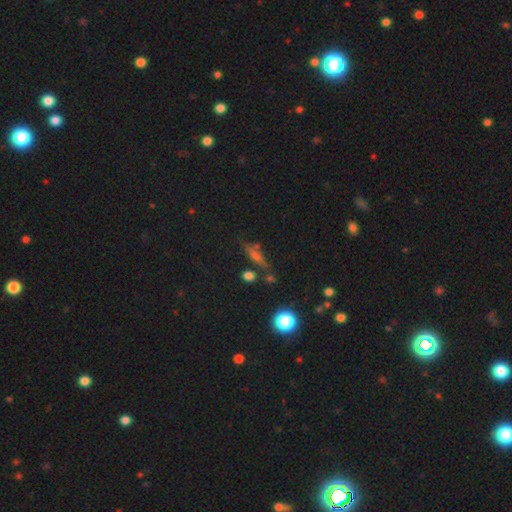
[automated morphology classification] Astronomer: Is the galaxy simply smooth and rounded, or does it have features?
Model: smooth — 54%.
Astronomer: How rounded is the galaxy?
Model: cigar-shaped — 63%.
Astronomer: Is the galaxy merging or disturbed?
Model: none — 70%.